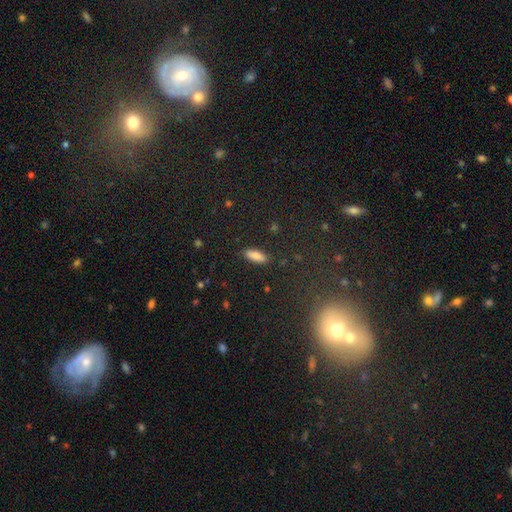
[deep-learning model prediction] Smooth or featured? smooth (85%)
How rounded? in between (65%)
Merging? none (87%)